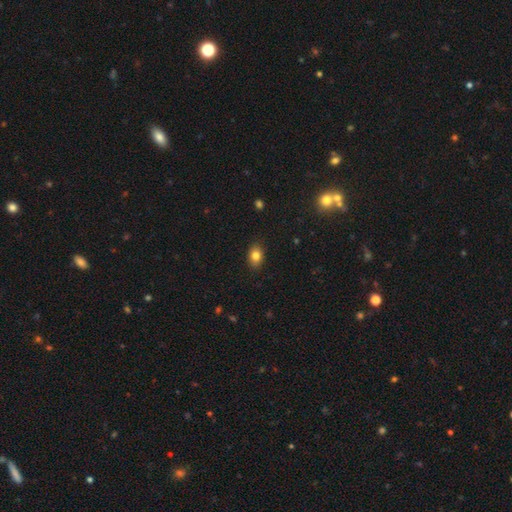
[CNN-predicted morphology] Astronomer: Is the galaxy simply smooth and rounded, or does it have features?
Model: smooth — 82%.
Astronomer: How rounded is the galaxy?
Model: in between — 74%.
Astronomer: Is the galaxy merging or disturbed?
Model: none — 88%.